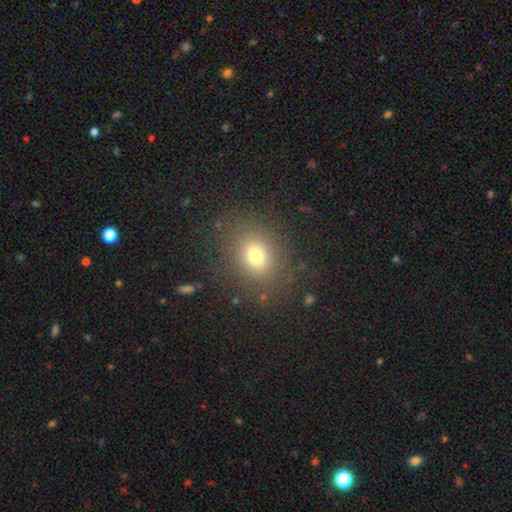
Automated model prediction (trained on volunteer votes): smooth_or_featured: smooth (p=0.72) [alt: star or artifact p=0.17]
how_rounded: round (p=0.60) [alt: in between p=0.39]
merging: none (p=0.84) [alt: minor disturbance p=0.09]